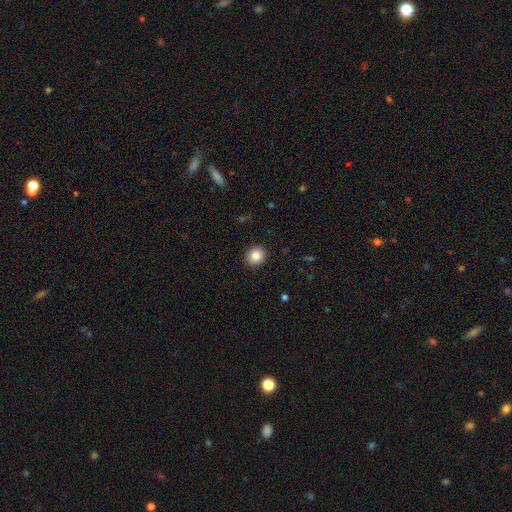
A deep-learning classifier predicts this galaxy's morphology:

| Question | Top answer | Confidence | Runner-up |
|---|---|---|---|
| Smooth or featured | smooth | 85% | star or artifact (9%) |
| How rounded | round | 86% | in between (13%) |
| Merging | none | 92% | minor disturbance (5%) |